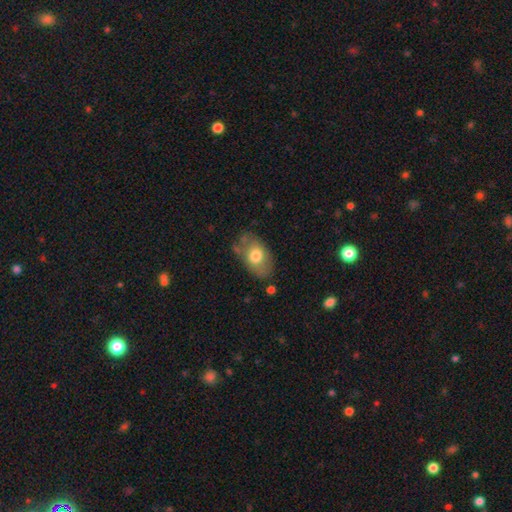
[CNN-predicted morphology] The model was most divided on "merging": none: 65%, minor disturbance: 23%, major disturbance: 7%, merger: 5%. More confident: how rounded — in between (87%); smooth or featured — smooth (70%).